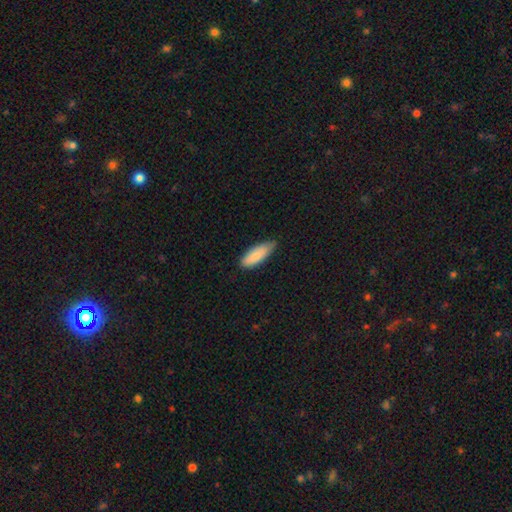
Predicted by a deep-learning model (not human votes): This is clearly a smooth galaxy (85%). How rounded: likely in between (67%). Merging: likely none (63%).